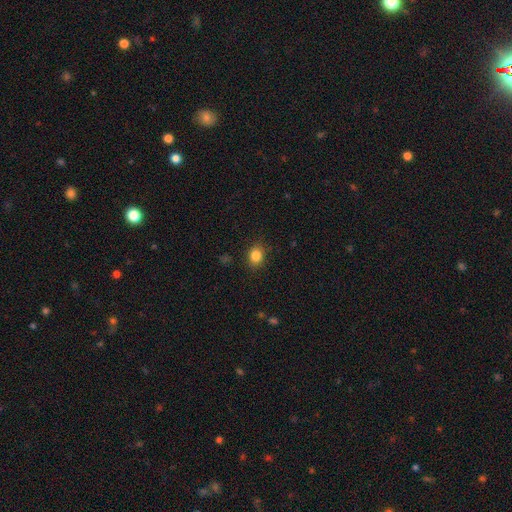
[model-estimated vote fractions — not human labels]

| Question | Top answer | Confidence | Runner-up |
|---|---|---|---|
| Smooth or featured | smooth | 84% | star or artifact (11%) |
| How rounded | round | 53% | in between (46%) |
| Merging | none | 87% | minor disturbance (10%) |